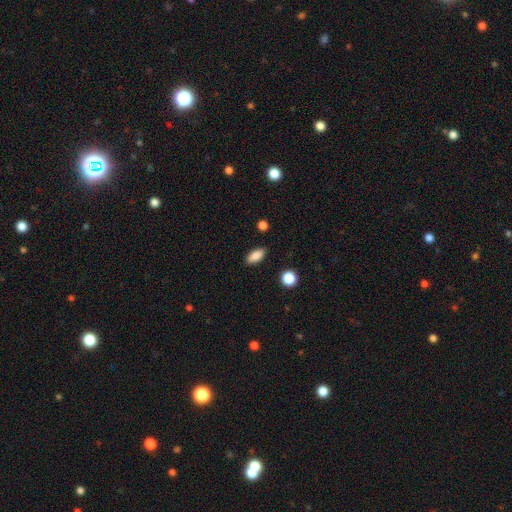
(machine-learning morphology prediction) Overall: smooth (87%). How rounded: in between (86%). Merging: none (88%).